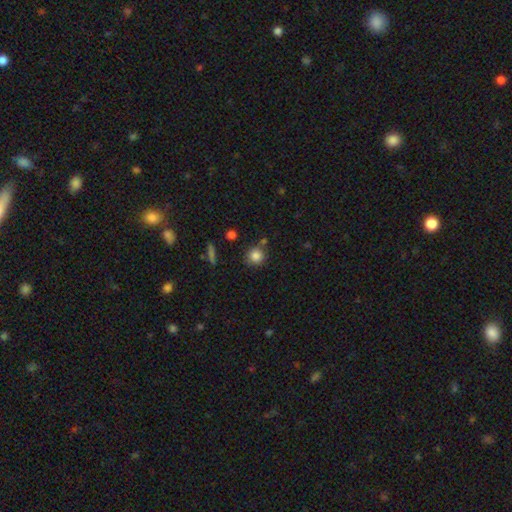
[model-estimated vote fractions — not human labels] Overall: smooth (84%). How rounded: round (89%). Merging: none (75%).